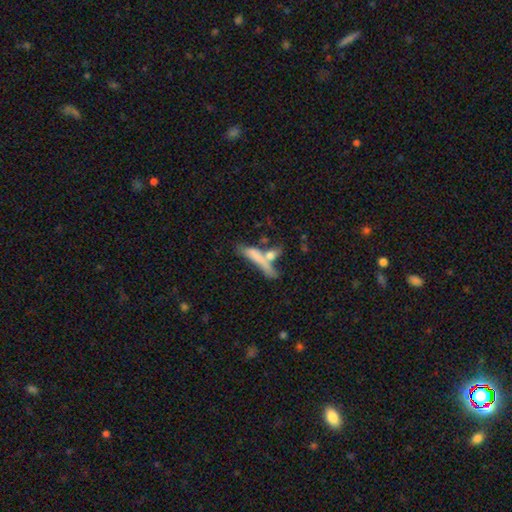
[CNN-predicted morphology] This is likely a smooth galaxy (66%). How rounded: likely cigar-shaped (77%). Merging: marginally merger (39%).